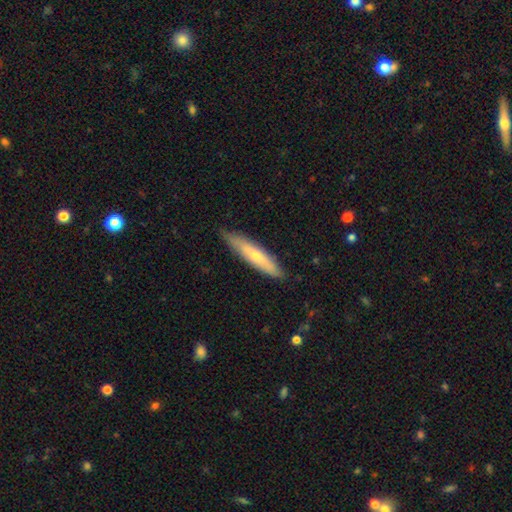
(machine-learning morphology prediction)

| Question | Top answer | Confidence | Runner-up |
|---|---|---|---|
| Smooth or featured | smooth | 53% | featured or disk (42%) |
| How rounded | cigar-shaped | 84% | in between (14%) |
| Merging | none | 81% | minor disturbance (16%) |